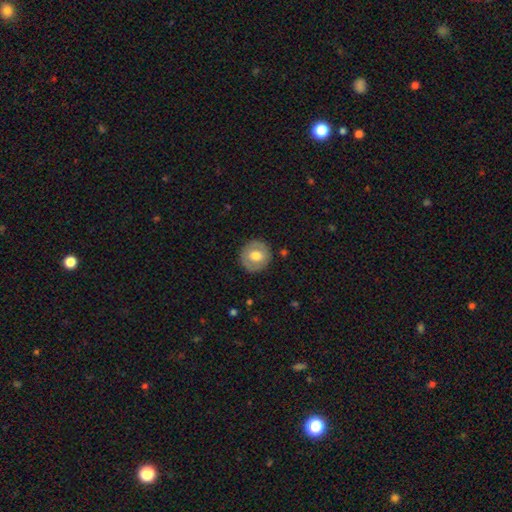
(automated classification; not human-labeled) Morphology: type=smooth (60%); roundness=round (91%); merging=none (87%).